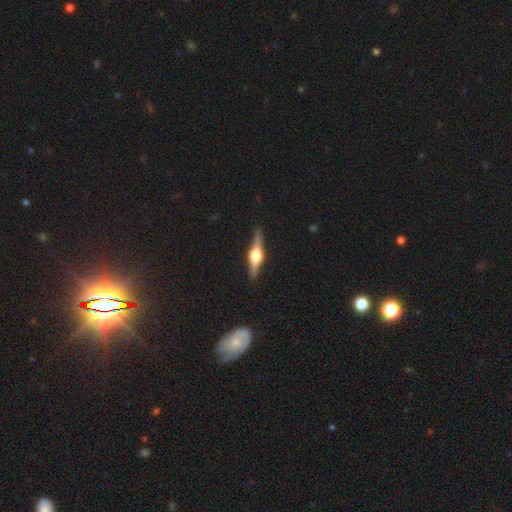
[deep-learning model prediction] Smooth or featured? featured or disk (79%)
Edge-on disk? yes (98%)
Edge-on bulge? rounded (93%)
Merging? none (90%)